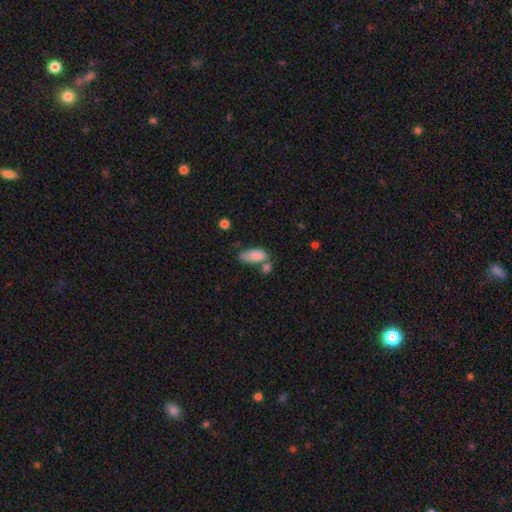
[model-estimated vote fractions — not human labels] Smooth or featured? Predicted: smooth (p=0.83). How rounded? Predicted: in between (p=0.87). Merging? Predicted: none (p=0.36).